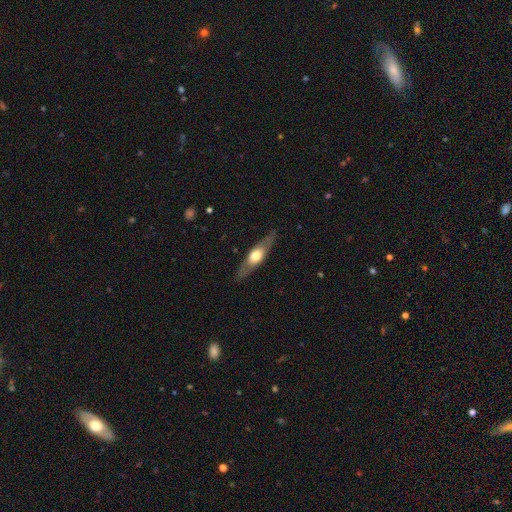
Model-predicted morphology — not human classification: featured or disk 57%, smooth 38%, star or artifact 5%. Down the decision tree: edge-on disk — yes (84%); merging — none (86%).